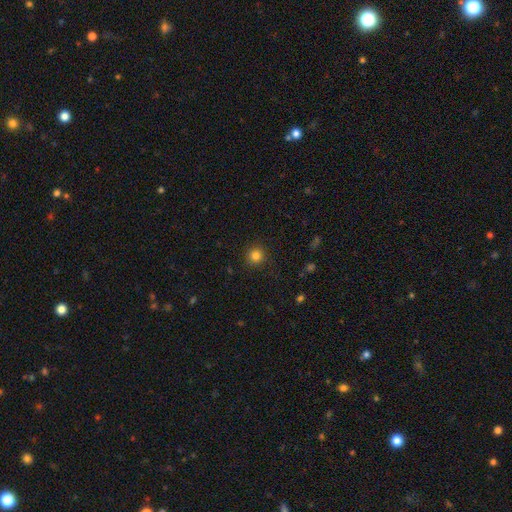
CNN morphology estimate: Smooth or featured?
  - smooth: 82% *
  - star or artifact: 13%
  - featured or disk: 5%
How rounded?
  - round: 94% *
  - in between: 5%
  - cigar-shaped: 1%
Merging?
  - none: 90% *
  - minor disturbance: 6%
  - major disturbance: 2%
  - merger: 1%